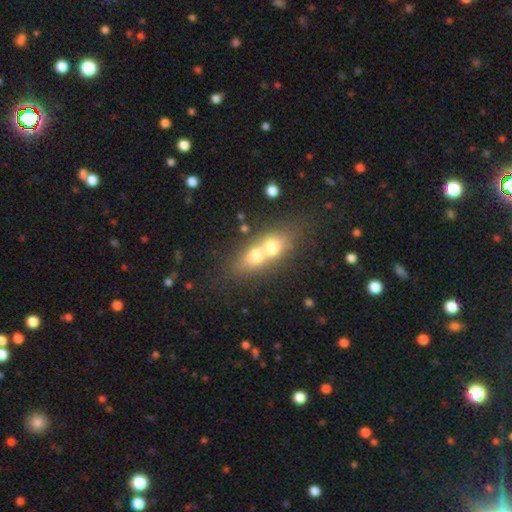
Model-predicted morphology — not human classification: Overall: smooth (62%; featured or disk 28%). How rounded: in between (57%; round 31%). Merging: merger (73%).